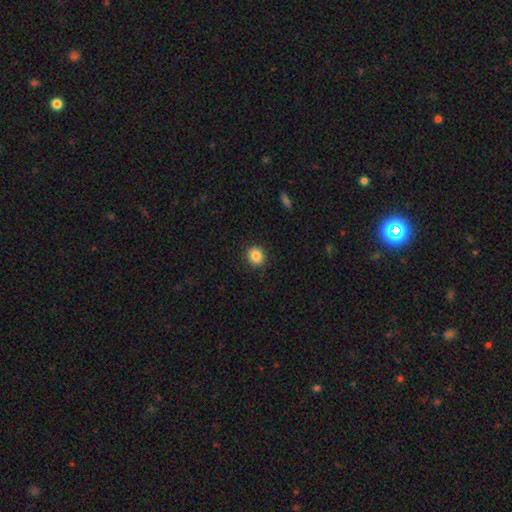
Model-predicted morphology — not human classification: smooth-or-featured: smooth: 86% | star or artifact: 10% | featured or disk: 5%
  how-rounded: round: 90% | in between: 9% | cigar-shaped: 1%
  merging: none: 91% | minor disturbance: 7% | major disturbance: 2% | merger: 1%